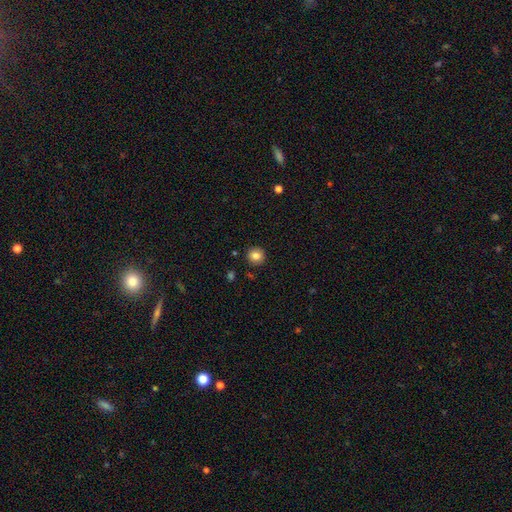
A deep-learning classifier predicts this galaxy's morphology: Q: Smooth or featured?
A: smooth (83%); runner-up: star or artifact (10%)
Q: How rounded?
A: round (89%); runner-up: in between (10%)
Q: Merging?
A: none (91%); runner-up: minor disturbance (6%)